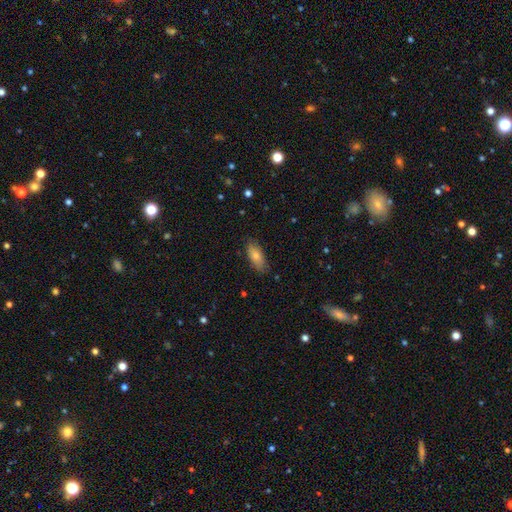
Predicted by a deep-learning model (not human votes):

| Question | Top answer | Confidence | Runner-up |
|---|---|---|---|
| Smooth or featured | smooth | 79% | featured or disk (15%) |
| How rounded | in between | 81% | cigar-shaped (17%) |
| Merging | none | 82% | minor disturbance (14%) |